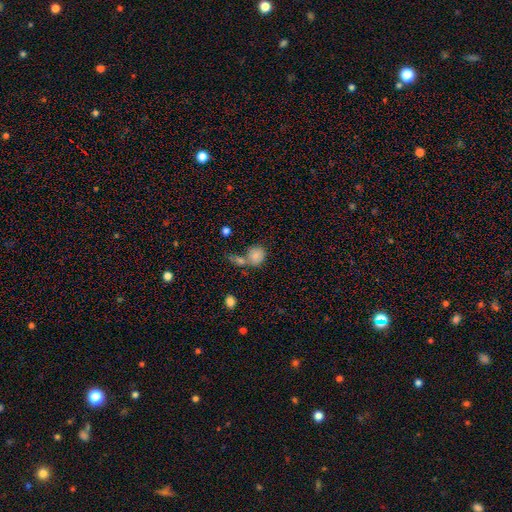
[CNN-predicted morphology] smooth_or_featured: smooth (p=0.80) [alt: featured or disk p=0.11]
how_rounded: round (p=0.71) [alt: in between p=0.27]
merging: none (p=0.42) [alt: merger p=0.39]